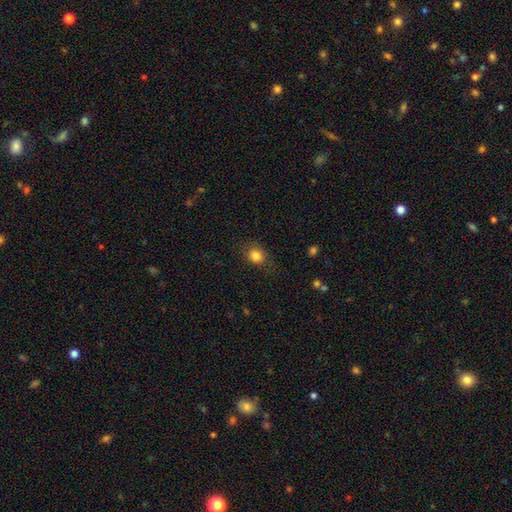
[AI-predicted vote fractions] Smooth or featured? smooth (83%)
How rounded? round (62%)
Merging? none (76%)